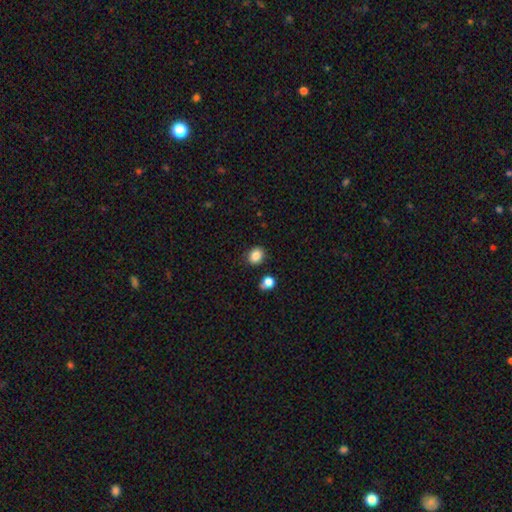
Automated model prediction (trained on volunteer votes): Overall: smooth (86%). How rounded: round (54%; in between 45%). Merging: none (82%).